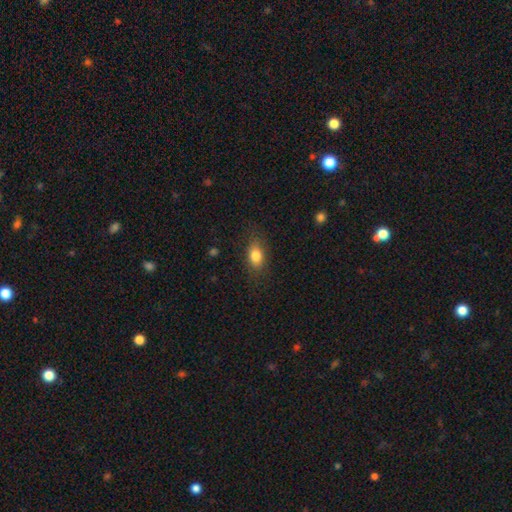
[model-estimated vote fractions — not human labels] This appears to be a smooth galaxy with no disk features (82%) that is in between round and cigar-shaped (81%). Merging: none (81%).